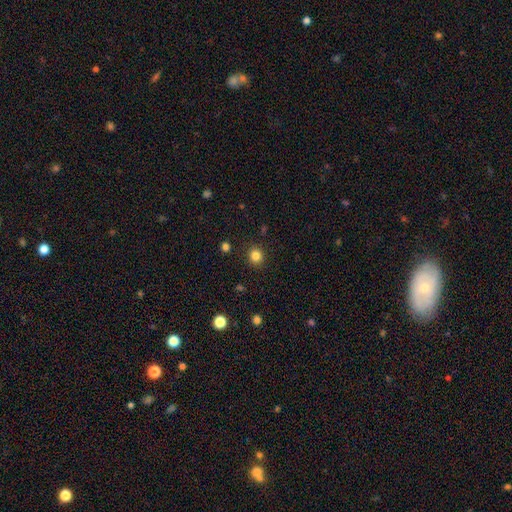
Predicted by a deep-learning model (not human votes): smooth_or_featured: smooth (p=0.83) [alt: star or artifact p=0.13]
how_rounded: round (p=0.87) [alt: in between p=0.12]
merging: none (p=0.90) [alt: minor disturbance p=0.07]